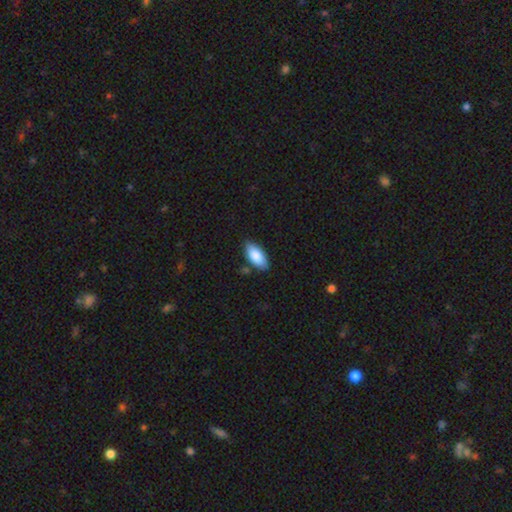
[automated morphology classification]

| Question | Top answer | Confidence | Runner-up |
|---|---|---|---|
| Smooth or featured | smooth | 87% | featured or disk (7%) |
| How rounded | in between | 90% | cigar-shaped (8%) |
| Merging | none | 82% | minor disturbance (12%) |